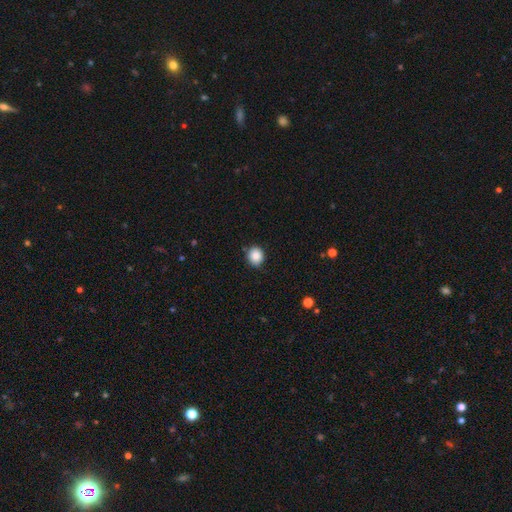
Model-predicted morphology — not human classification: A smooth galaxy with no disk features (87%) that is round (78%). Merging: none (84%).